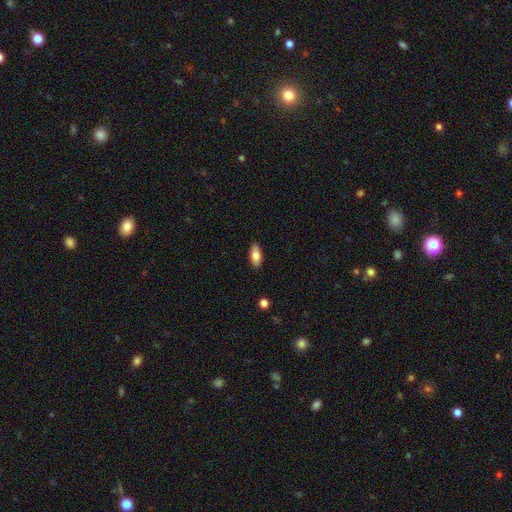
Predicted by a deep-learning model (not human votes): smooth 80%, featured or disk 13%, star or artifact 7%. Down the decision tree: how rounded — in between (85%); merging — none (88%).